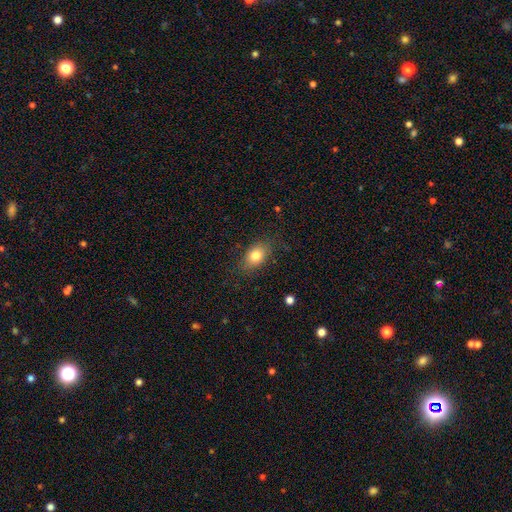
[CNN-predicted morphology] Smooth or featured? Predicted: smooth (p=0.79). How rounded? Predicted: in between (p=0.77). Merging? Predicted: none (p=0.80).